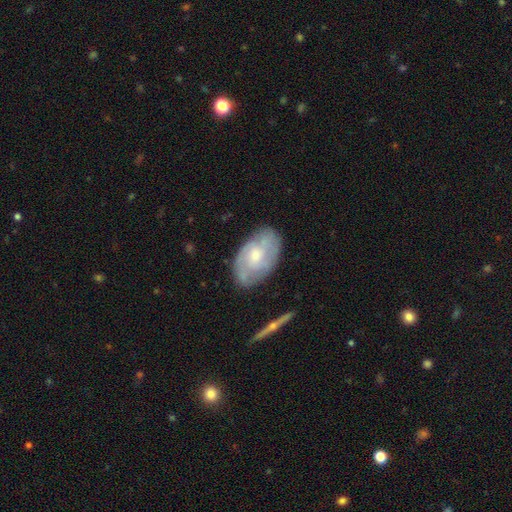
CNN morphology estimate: type=featured or disk (62%); edge-on=no (93%); bar=no (67%); spiral arms=yes (77%); bulge=moderate (47%); merging=none (74%).